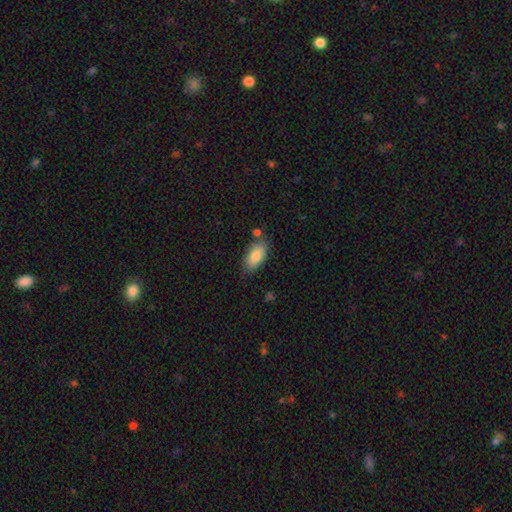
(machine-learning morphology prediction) The model was most divided on "merging": none: 73%, minor disturbance: 17%, merger: 6%, major disturbance: 4%. More confident: how rounded — in between (91%); smooth or featured — smooth (85%).